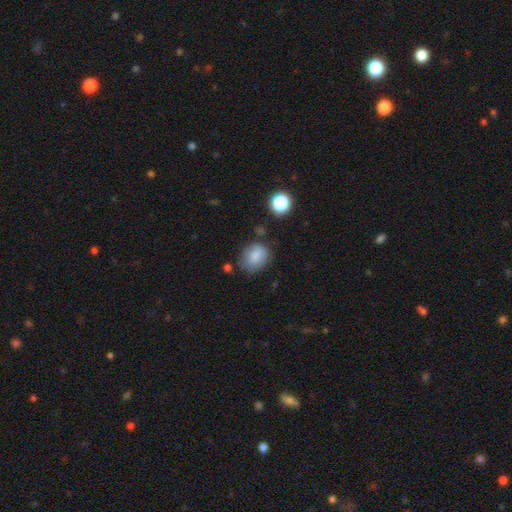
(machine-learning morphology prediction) This is clearly a smooth galaxy (81%). How rounded: possibly round (52%). Merging: likely none (65%).